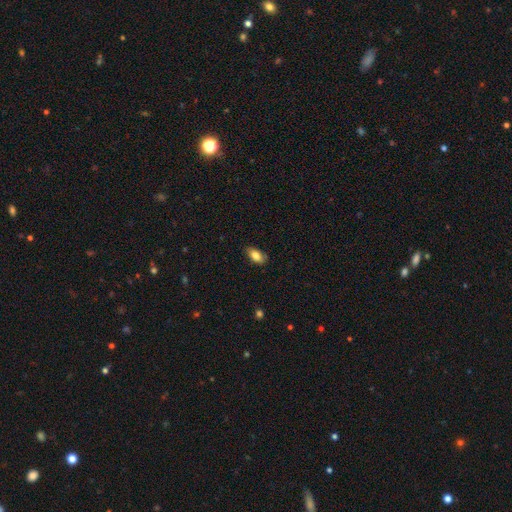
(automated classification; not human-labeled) A smooth galaxy with no disk features (80%) that is in between round and cigar-shaped (89%). Merging: none (78%).